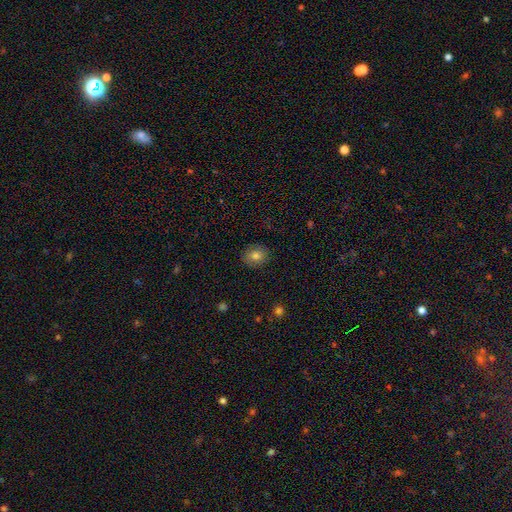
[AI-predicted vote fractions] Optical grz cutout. It shows a smooth galaxy with no disk features (79%) that is round (57%). Merging: none (87%).